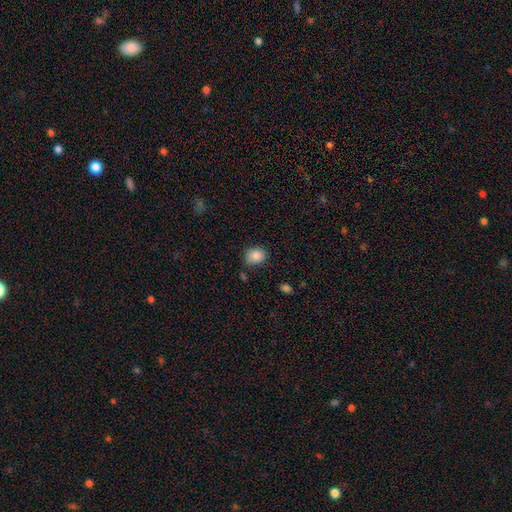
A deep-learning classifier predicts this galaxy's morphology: A smooth galaxy with no disk features (86%) that is in between round and cigar-shaped (52%). Merging: none (76%).